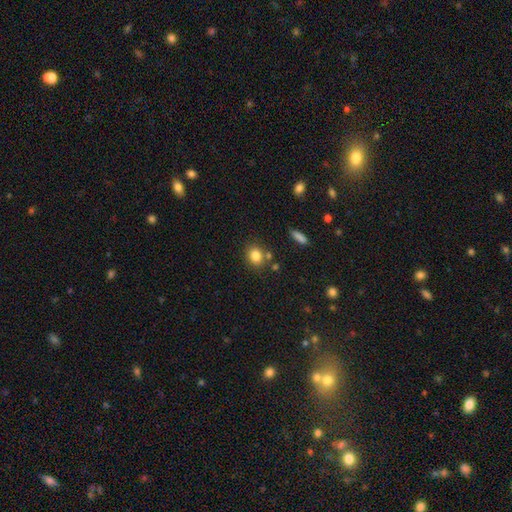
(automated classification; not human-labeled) Smooth or featured? Predicted: smooth (p=0.83). How rounded? Predicted: round (p=0.56). Merging? Predicted: none (p=0.74).